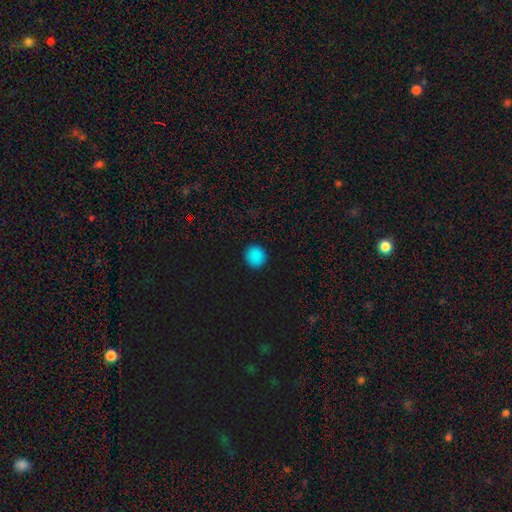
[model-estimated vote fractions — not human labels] Smooth or featured: smooth — 85% (star or artifact — 12%)
How rounded: round — 91% (in between — 8%)
Merging: none — 92% (minor disturbance — 5%)